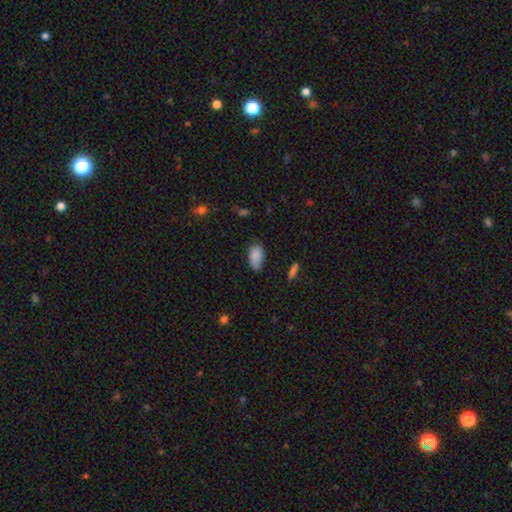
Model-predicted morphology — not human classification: Smooth or featured? smooth (86%)
How rounded? in between (94%)
Merging? none (67%)